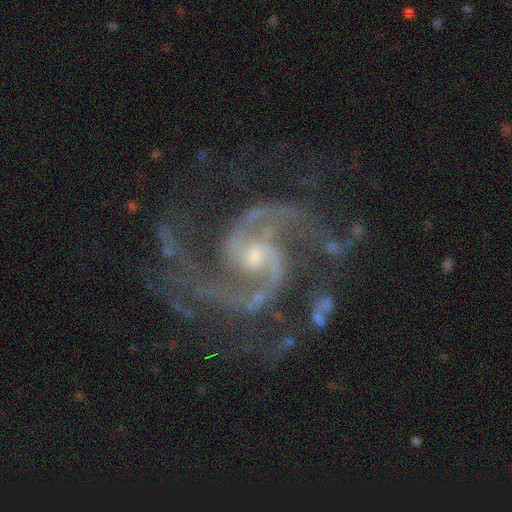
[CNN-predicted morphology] Smooth or featured? featured or disk (93%)
Edge-on disk? no (98%)
Bar? weak (48%)
Spiral arms? yes (99%)
Spiral winding? medium (57%)
Spiral arm count? 2 (80%)
Bulge size? small (46%)
Merging? none (58%)